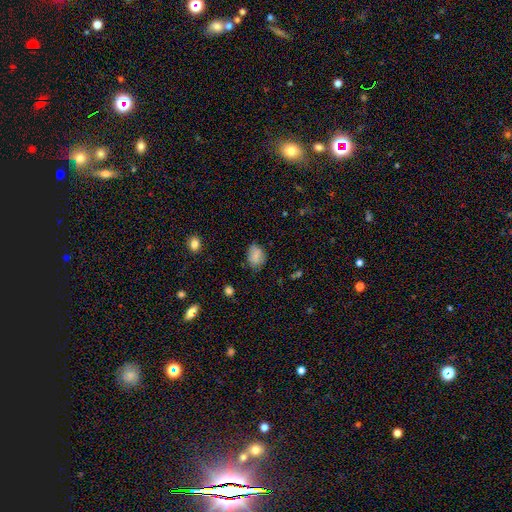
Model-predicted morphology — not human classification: This appears to be a smooth galaxy with no disk features (84%) that is in between round and cigar-shaped (65%). Merging: none (72%).